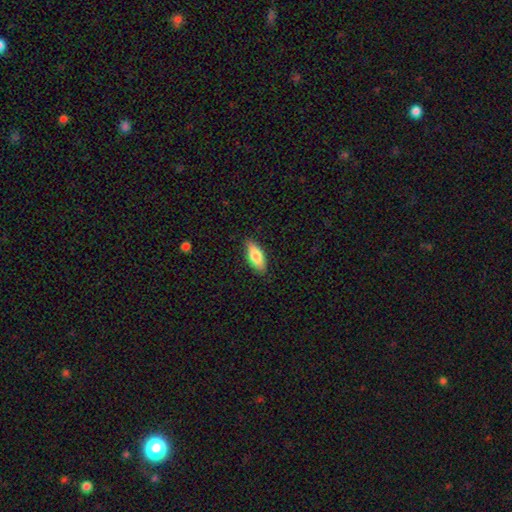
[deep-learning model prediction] Morphology: type=smooth (80%); roundness=in between (77%); merging=none (85%).